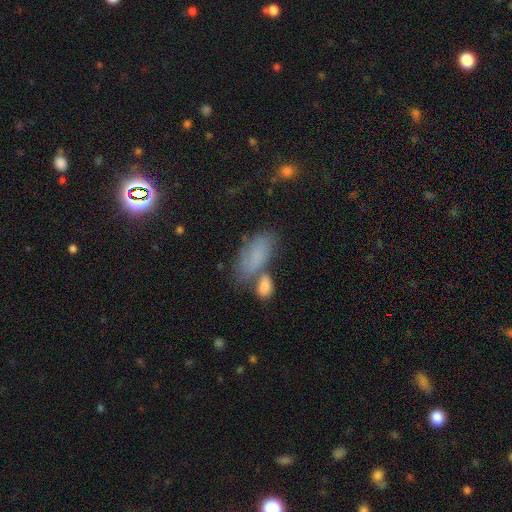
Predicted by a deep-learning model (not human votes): Smooth or featured? smooth (65%)
How rounded? in between (88%)
Merging? none (43%)